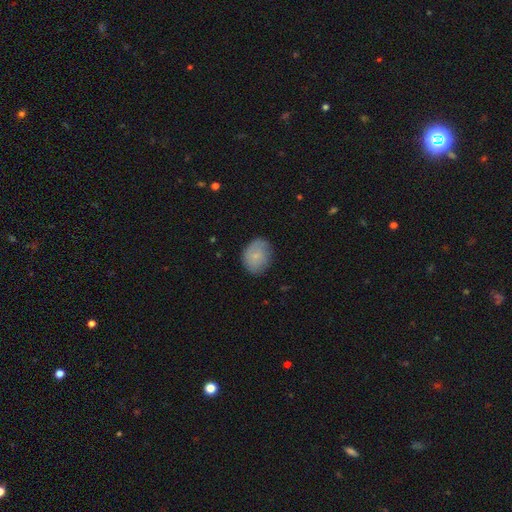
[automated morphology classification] smooth-or-featured: smooth: 72% | featured or disk: 21% | star or artifact: 7%
  how-rounded: in between: 50% | round: 49% | cigar-shaped: 1%
  merging: none: 74% | minor disturbance: 20% | major disturbance: 5% | merger: 1%